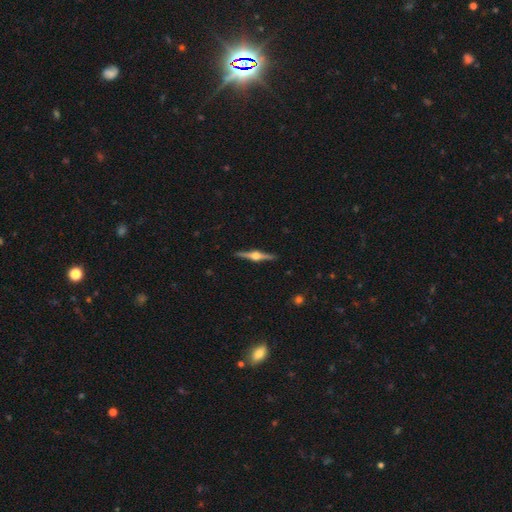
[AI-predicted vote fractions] This appears to be a featured or disk galaxy (86%) viewed edge-on (99%) with a rounded central bulge (96%). Merging: none (92%).